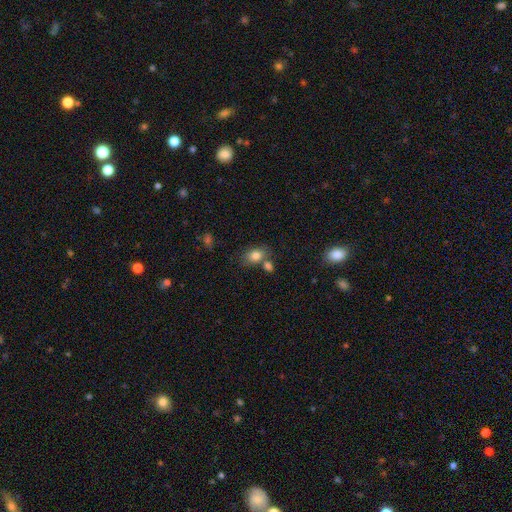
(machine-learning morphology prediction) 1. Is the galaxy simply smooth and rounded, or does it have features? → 81% smooth, 9% featured or disk, 9% star or artifact.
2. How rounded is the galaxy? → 79% in between, 20% round, 1% cigar-shaped.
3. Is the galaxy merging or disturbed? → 60% none, 22% merger, 13% minor disturbance, 4% major disturbance.